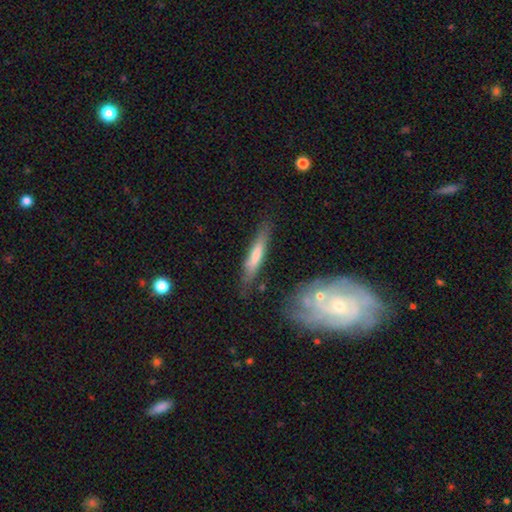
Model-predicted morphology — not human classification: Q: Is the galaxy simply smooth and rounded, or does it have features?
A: smooth — 65%.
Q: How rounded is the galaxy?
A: cigar-shaped — 88%.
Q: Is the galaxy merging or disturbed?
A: none — 77%.